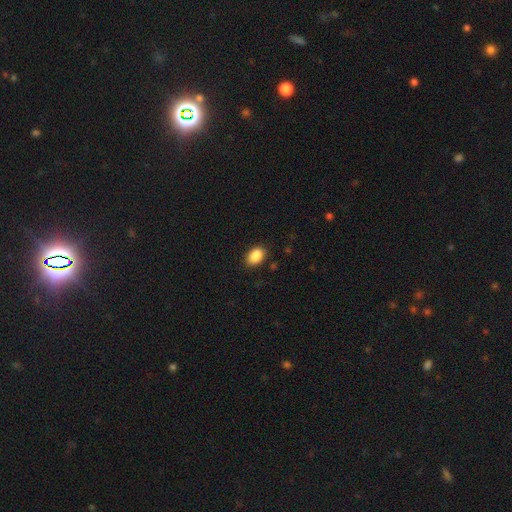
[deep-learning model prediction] The model was most divided on "how rounded": in between: 86%, round: 13%, cigar-shaped: 1%. More confident: smooth or featured — smooth (90%); merging — none (86%).